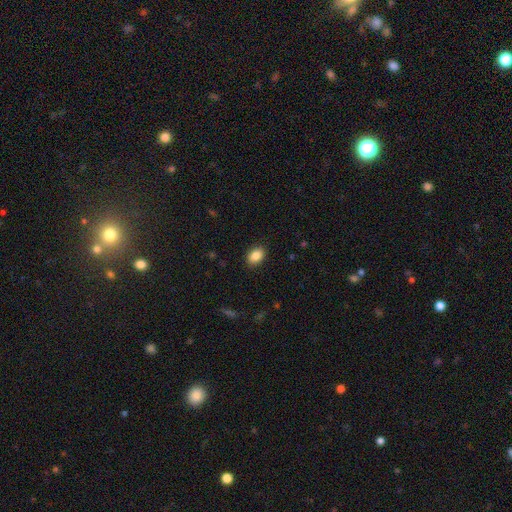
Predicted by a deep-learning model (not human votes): Smooth or featured: smooth — 87% (star or artifact — 8%)
How rounded: in between — 81% (round — 18%)
Merging: none — 89% (minor disturbance — 8%)